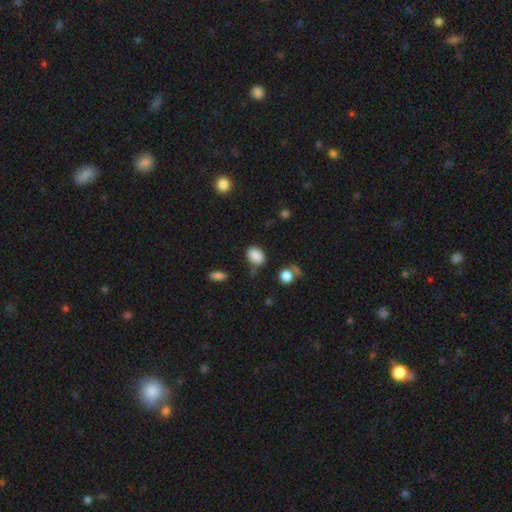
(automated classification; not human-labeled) Smooth or featured: smooth — 85% (star or artifact — 9%)
How rounded: in between — 72% (round — 27%)
Merging: none — 69% (minor disturbance — 20%)